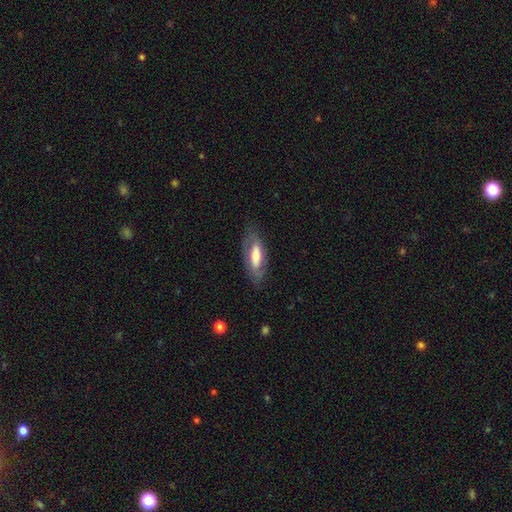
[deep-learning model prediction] smooth_or_featured: smooth (p=0.53) [alt: featured or disk p=0.40]
how_rounded: in between (p=0.69) [alt: cigar-shaped p=0.28]
merging: none (p=0.74) [alt: minor disturbance p=0.17]